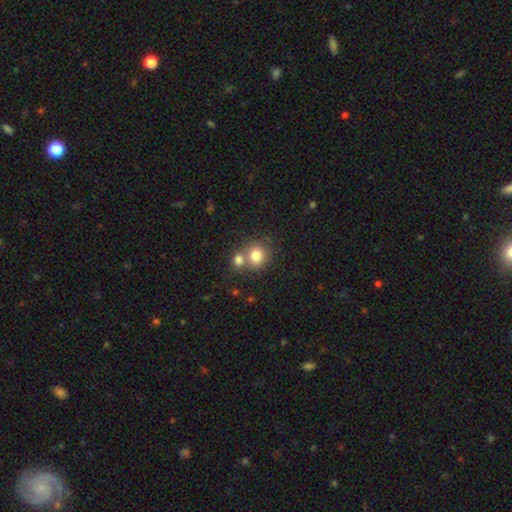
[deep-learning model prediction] Smooth or featured? Predicted: smooth (p=0.79). How rounded? Predicted: round (p=0.79). Merging? Predicted: none (p=0.46).